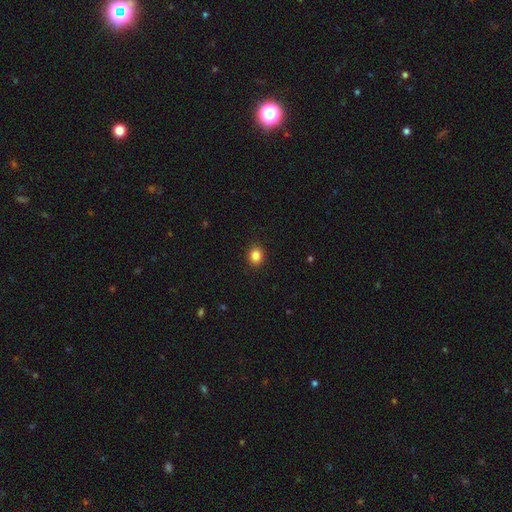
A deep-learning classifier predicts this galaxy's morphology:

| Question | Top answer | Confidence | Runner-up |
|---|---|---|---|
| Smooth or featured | smooth | 85% | star or artifact (10%) |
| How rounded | round | 63% | in between (36%) |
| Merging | none | 91% | minor disturbance (6%) |